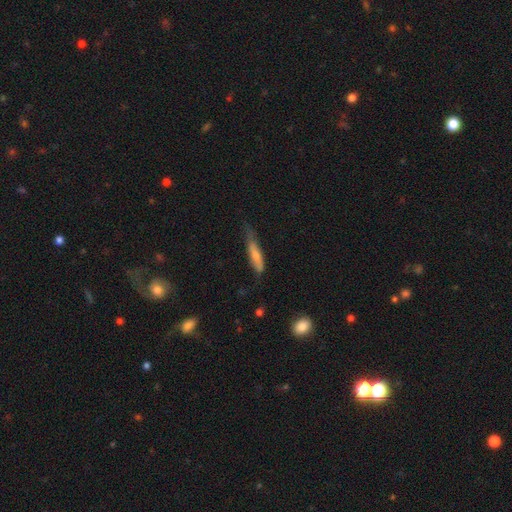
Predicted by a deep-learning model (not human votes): This appears to be a smooth galaxy with no disk features (67%) that is cigar-shaped (74%). Merging: none (42%).